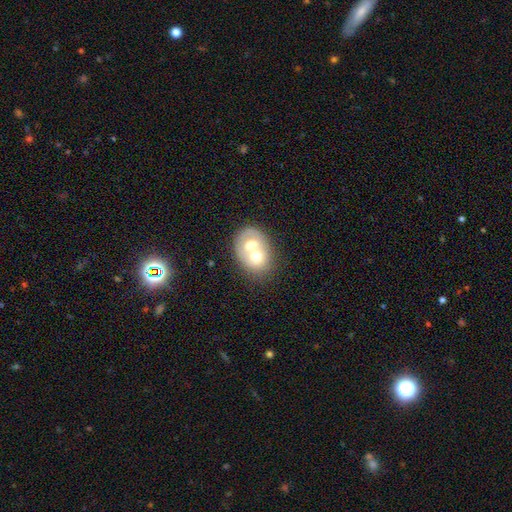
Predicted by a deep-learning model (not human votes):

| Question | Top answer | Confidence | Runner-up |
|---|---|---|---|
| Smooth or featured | smooth | 57% | featured or disk (36%) |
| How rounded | round | 53% | in between (46%) |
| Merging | merger | 71% | none (19%) |